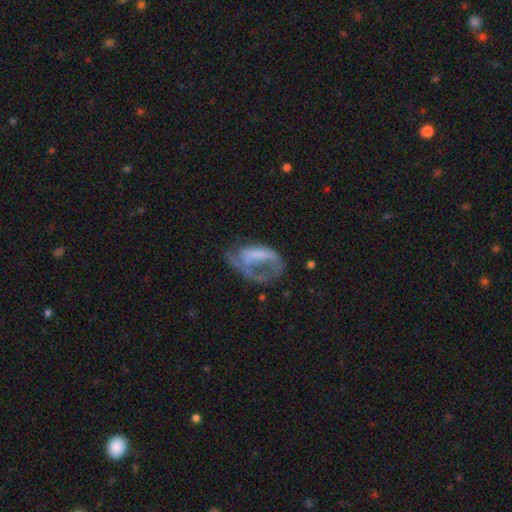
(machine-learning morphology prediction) The model was most divided on "spiral arms" (2-way tie): yes: 50%, no: 50%. More confident: edge-on disk — no (96%); bulge size — none (62%); smooth or featured — featured or disk (60%); bar — no (60%); merging — major disturbance (52%).